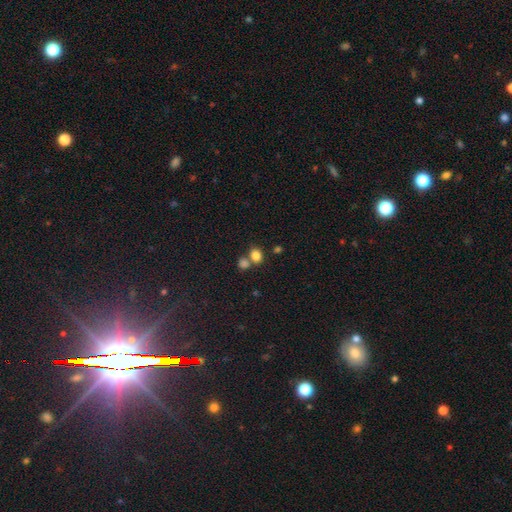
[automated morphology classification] smooth 82%, star or artifact 12%, featured or disk 6%. Down the decision tree: how rounded — round (58%); merging — none (52%).